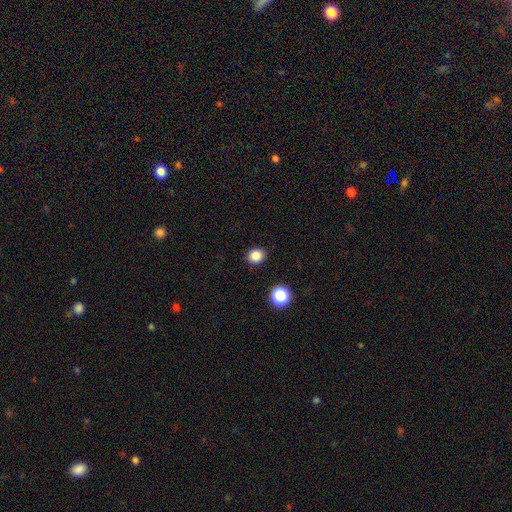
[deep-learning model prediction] smooth_or_featured: smooth (p=0.85) [alt: star or artifact p=0.12]
how_rounded: round (p=0.72) [alt: in between p=0.27]
merging: none (p=0.90) [alt: minor disturbance p=0.07]